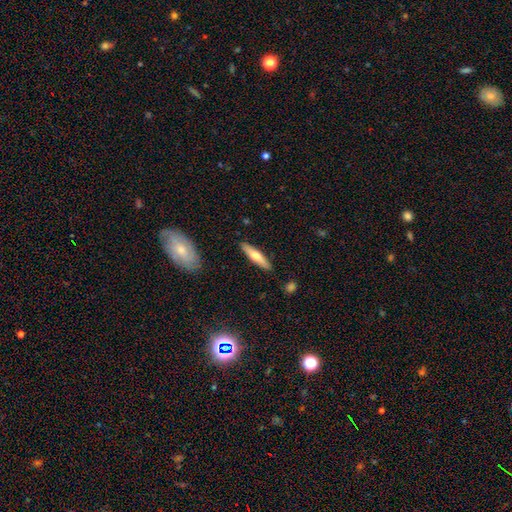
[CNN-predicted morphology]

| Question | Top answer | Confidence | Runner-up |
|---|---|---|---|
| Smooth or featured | smooth | 54% | featured or disk (40%) |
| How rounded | cigar-shaped | 78% | in between (20%) |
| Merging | none | 89% | minor disturbance (8%) |